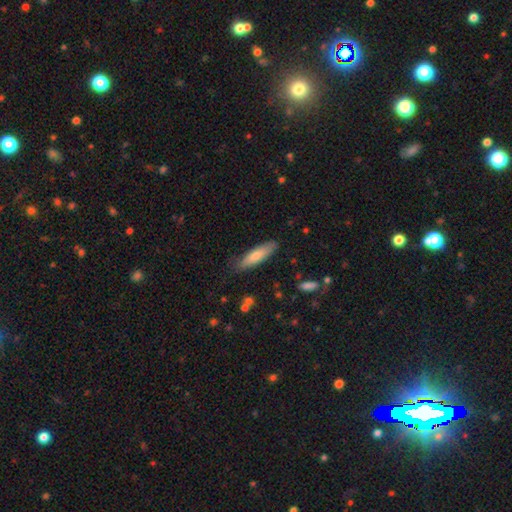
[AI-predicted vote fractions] smooth-or-featured: smooth: 72% | featured or disk: 22% | star or artifact: 6%
  how-rounded: cigar-shaped: 69% | in between: 29% | round: 2%
  merging: none: 83% | minor disturbance: 13% | major disturbance: 2% | merger: 2%